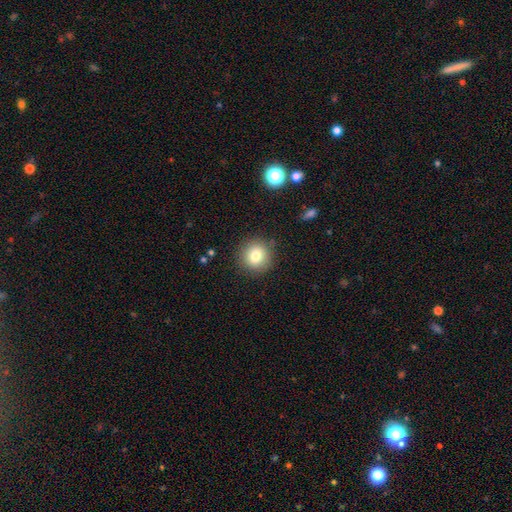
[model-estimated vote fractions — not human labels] smooth 81%, star or artifact 11%, featured or disk 9%. Down the decision tree: how rounded — round (92%); merging — none (88%).